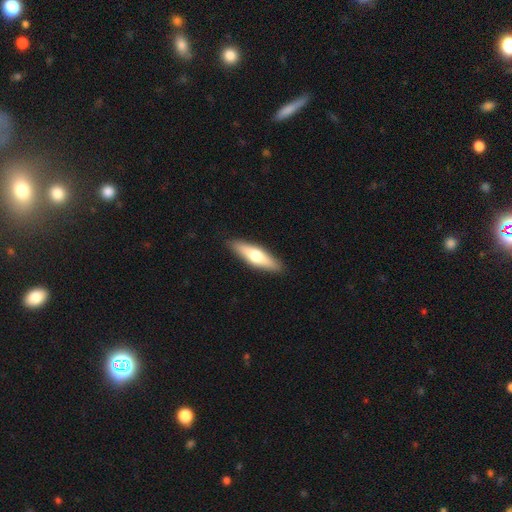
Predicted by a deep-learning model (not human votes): A smooth galaxy with no disk features (53%) that is cigar-shaped (64%).

Vote fractions:
- Smooth or featured? smooth: 53% / featured or disk: 42% / star or artifact: 5%
- How rounded? cigar-shaped: 64% / in between: 34% / round: 2%
- Merging? none: 90% / minor disturbance: 7% / major disturbance: 2% / merger: 1%